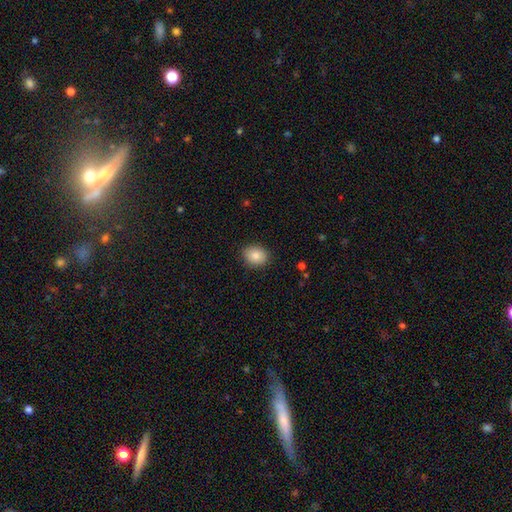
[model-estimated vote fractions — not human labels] Smooth or featured? Predicted: smooth (p=0.85). How rounded? Predicted: in between (p=0.50). Merging? Predicted: none (p=0.88).